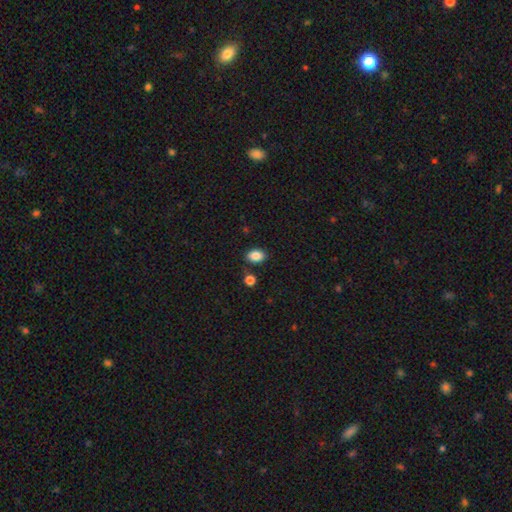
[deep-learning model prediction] smooth-or-featured: smooth: 87% | star or artifact: 9% | featured or disk: 5%
  how-rounded: in between: 80% | round: 19% | cigar-shaped: 1%
  merging: none: 79% | minor disturbance: 12% | merger: 6% | major disturbance: 3%